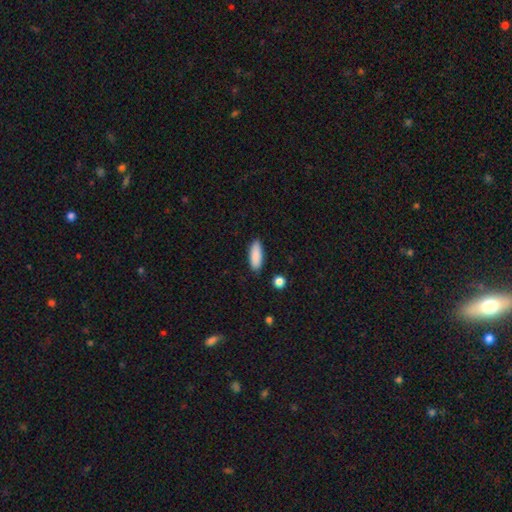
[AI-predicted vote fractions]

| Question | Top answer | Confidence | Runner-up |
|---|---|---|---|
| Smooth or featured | smooth | 89% | star or artifact (6%) |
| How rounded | in between | 68% | cigar-shaped (30%) |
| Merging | none | 87% | minor disturbance (9%) |